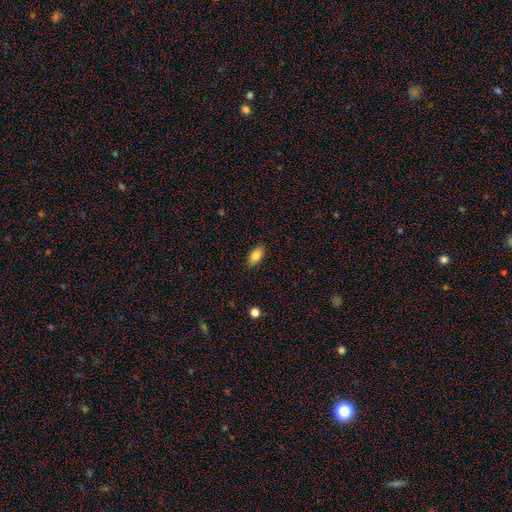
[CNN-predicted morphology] Q: Smooth or featured?
A: smooth (82%); runner-up: featured or disk (10%)
Q: How rounded?
A: in between (89%); runner-up: cigar-shaped (6%)
Q: Merging?
A: none (87%); runner-up: minor disturbance (9%)